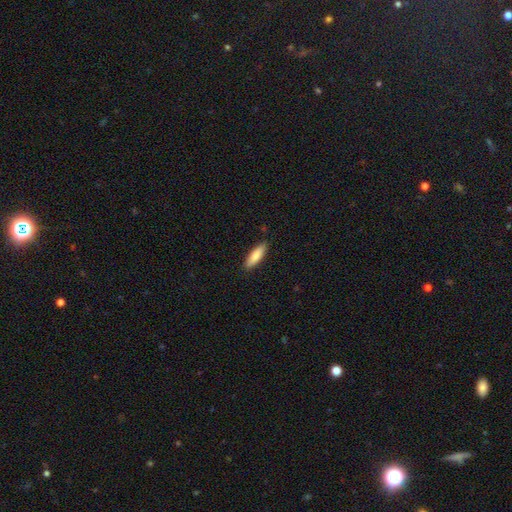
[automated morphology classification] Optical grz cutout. It shows a smooth galaxy with no disk features (83%) that is cigar-shaped (60%). Merging: none (89%).